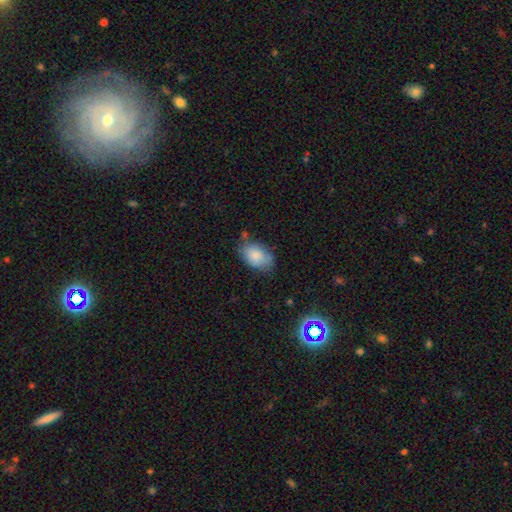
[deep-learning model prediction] Smooth or featured? Predicted: smooth (p=0.84). How rounded? Predicted: in between (p=0.89). Merging? Predicted: none (p=0.63).